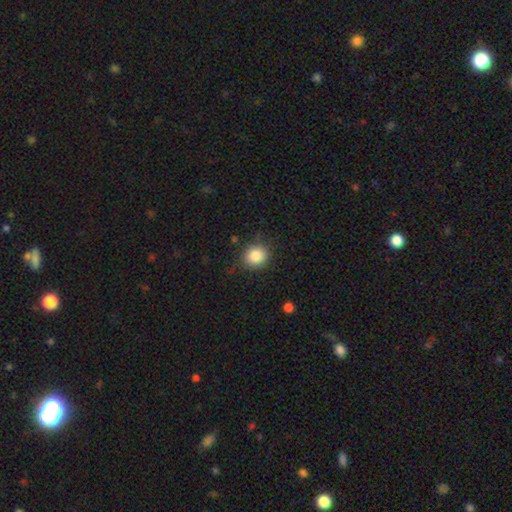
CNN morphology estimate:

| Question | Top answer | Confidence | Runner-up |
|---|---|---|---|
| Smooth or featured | smooth | 85% | star or artifact (10%) |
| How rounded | round | 84% | in between (15%) |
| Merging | none | 84% | minor disturbance (12%) |